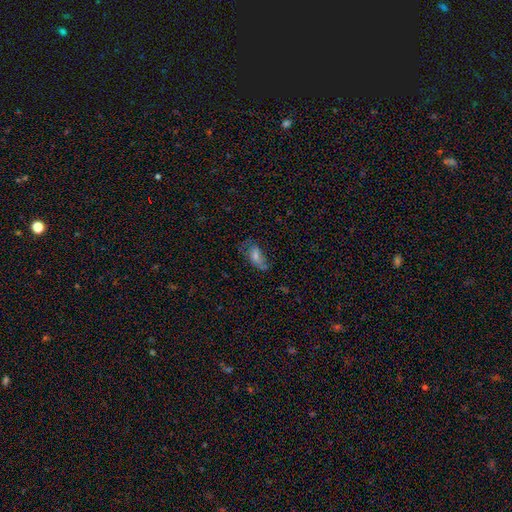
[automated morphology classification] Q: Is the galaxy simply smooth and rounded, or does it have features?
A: smooth — 58%.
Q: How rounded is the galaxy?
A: in between — 87%.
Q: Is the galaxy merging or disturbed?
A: none — 46%.